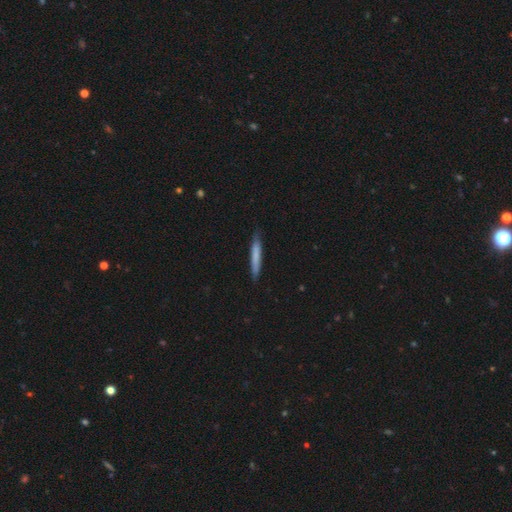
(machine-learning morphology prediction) The model was most divided on "smooth or featured": smooth: 71%, featured or disk: 24%, star or artifact: 5%. More confident: how rounded — cigar-shaped (95%); merging — none (85%).